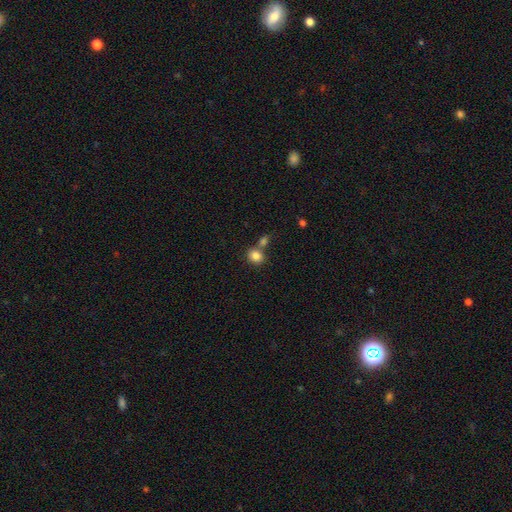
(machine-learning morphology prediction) type=smooth (84%); roundness=round (69%); merging=none (56%).